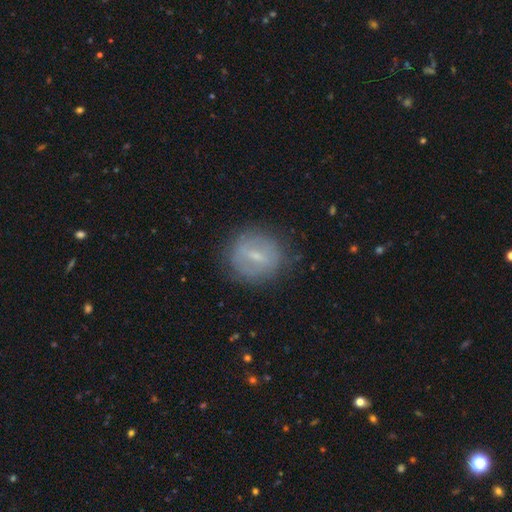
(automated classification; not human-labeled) A featured or disk galaxy (53%).

Vote fractions:
- Smooth or featured? featured or disk: 53% / smooth: 38% / star or artifact: 9%
- Edge-on disk? no: 91% / yes: 9%
- Merging? none: 80% / minor disturbance: 14% / major disturbance: 5% / merger: 1%